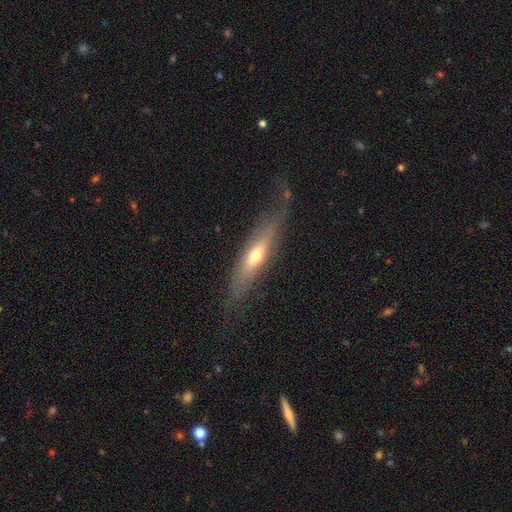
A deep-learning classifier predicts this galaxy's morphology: featured or disk 50%, smooth 43%, star or artifact 7%. Down the decision tree: edge-on disk — yes (68%); merging — none (65%).